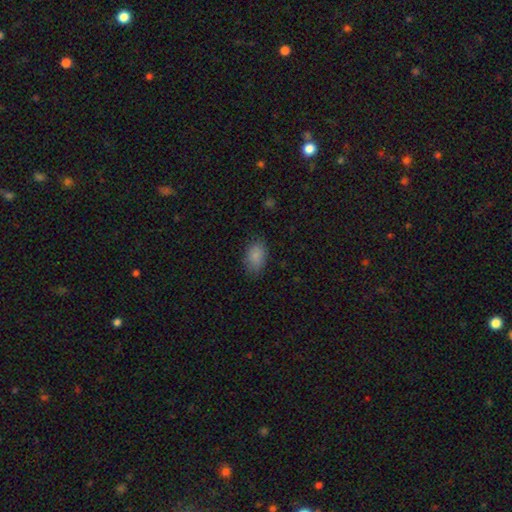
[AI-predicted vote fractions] Smooth or featured? Predicted: smooth (p=0.87). How rounded? Predicted: in between (p=0.86). Merging? Predicted: none (p=0.80).